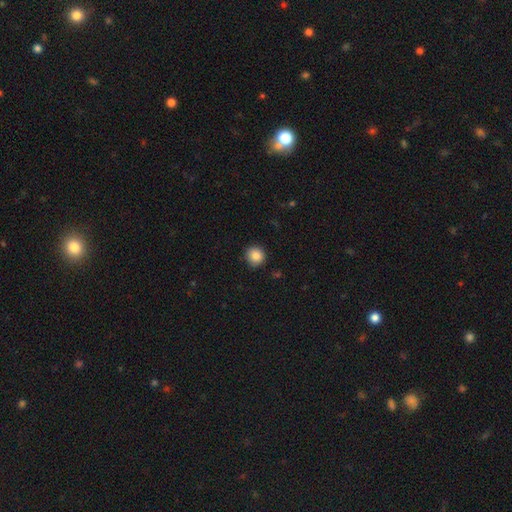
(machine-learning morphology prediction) Q: Smooth or featured?
A: smooth (86%); runner-up: star or artifact (9%)
Q: How rounded?
A: round (92%); runner-up: in between (7%)
Q: Merging?
A: none (90%); runner-up: minor disturbance (8%)